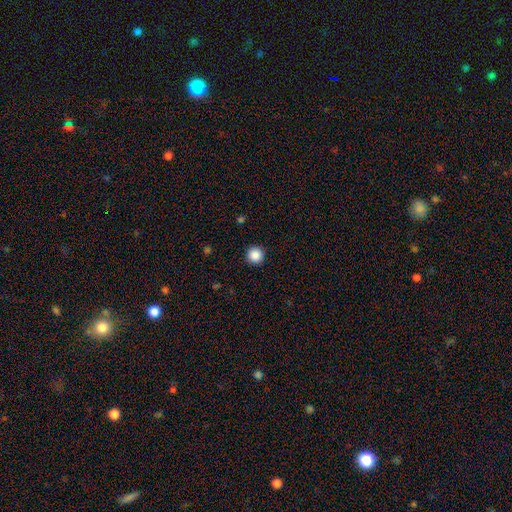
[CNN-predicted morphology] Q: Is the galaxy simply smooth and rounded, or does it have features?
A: smooth — 88%.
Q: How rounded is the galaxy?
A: round — 96%.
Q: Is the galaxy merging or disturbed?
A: none — 93%.